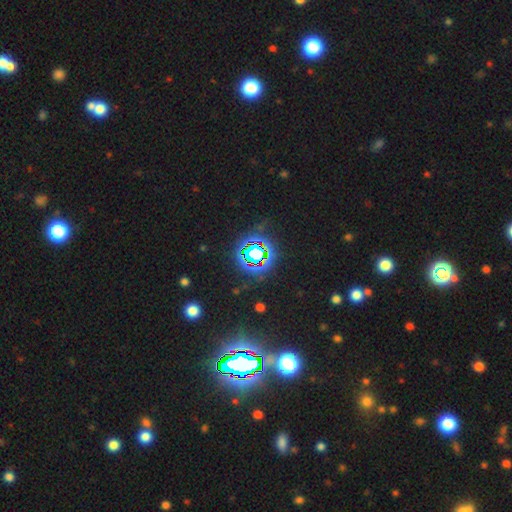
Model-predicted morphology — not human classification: smooth_or_featured: star or artifact (p=0.81) [alt: smooth p=0.10]